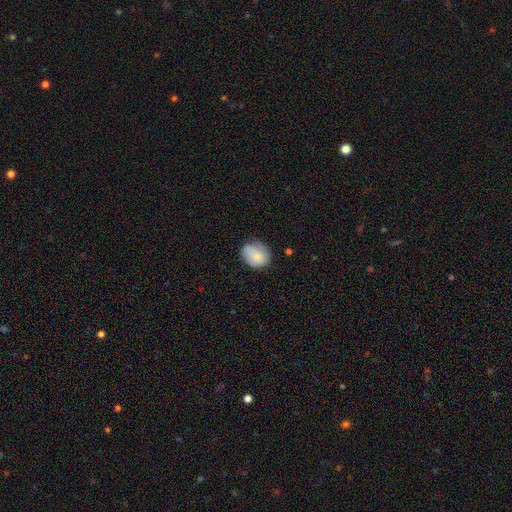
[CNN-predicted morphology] Smooth or featured?
  - smooth: 81% *
  - featured or disk: 12%
  - star or artifact: 7%
How rounded?
  - in between: 52% *
  - round: 47%
  - cigar-shaped: 1%
Merging?
  - none: 68% *
  - minor disturbance: 25%
  - major disturbance: 5%
  - merger: 2%